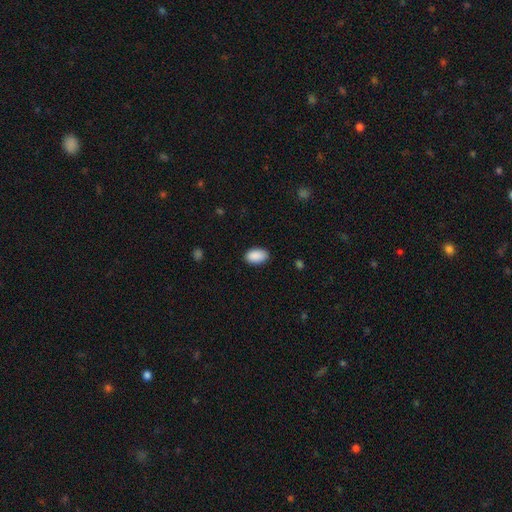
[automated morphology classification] smooth 91%, star or artifact 7%, featured or disk 3%. Down the decision tree: how rounded — in between (93%); merging — none (86%).